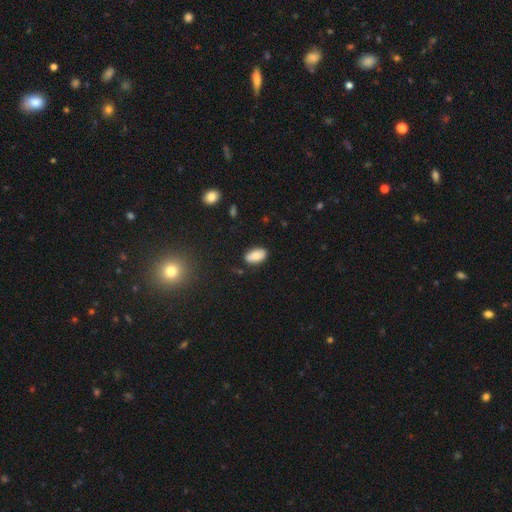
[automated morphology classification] The model was most divided on "merging": none: 82%, minor disturbance: 13%, major disturbance: 2%, merger: 2%. More confident: how rounded — in between (94%); smooth or featured — smooth (82%).